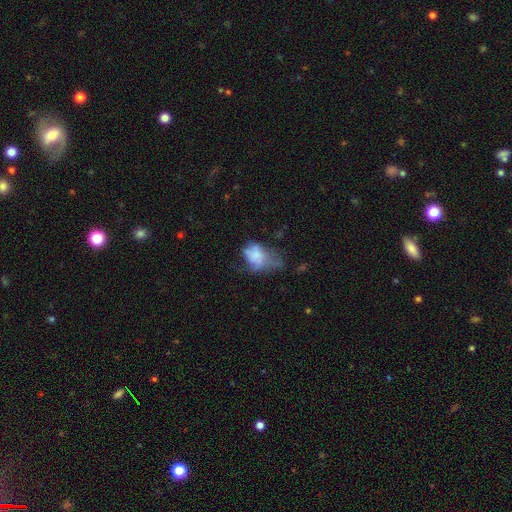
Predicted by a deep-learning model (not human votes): Smooth or featured: smooth — 59% (featured or disk — 30%)
How rounded: in between — 78% (round — 20%)
Merging: major disturbance — 46% (minor disturbance — 28%)